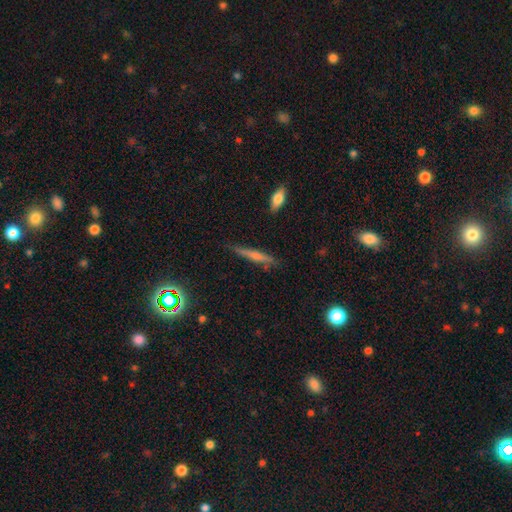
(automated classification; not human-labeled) Smooth or featured? smooth (56%)
How rounded? cigar-shaped (90%)
Merging? none (76%)